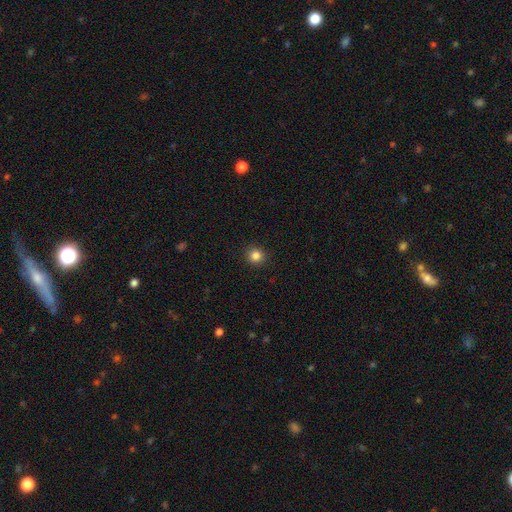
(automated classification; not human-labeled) Morphology: type=smooth (84%); roundness=round (92%); merging=none (92%).